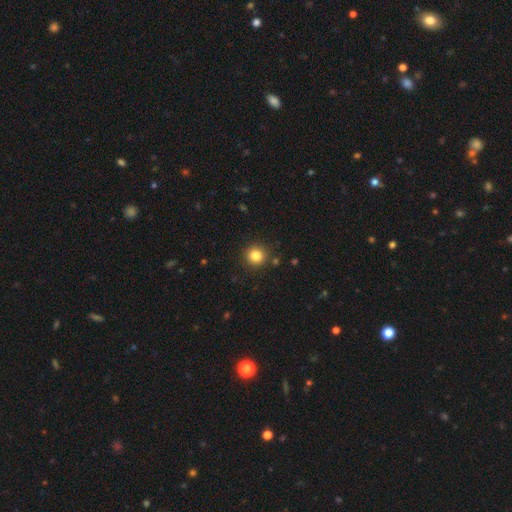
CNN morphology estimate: Smooth or featured: smooth — 83% (star or artifact — 12%)
How rounded: round — 94% (in between — 6%)
Merging: none — 90% (minor disturbance — 6%)